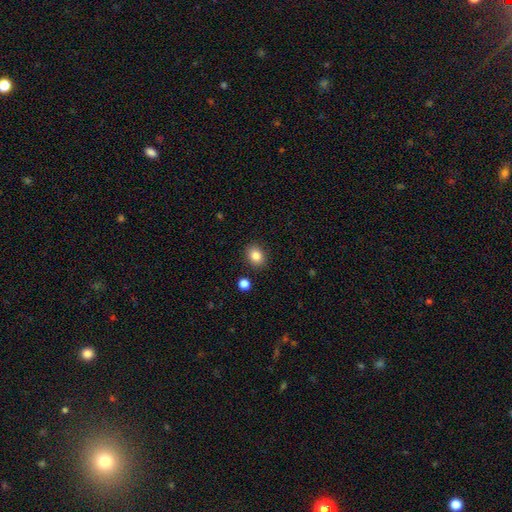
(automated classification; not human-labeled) smooth 84%, star or artifact 10%, featured or disk 6%. Down the decision tree: how rounded — round (52%); merging — none (87%).